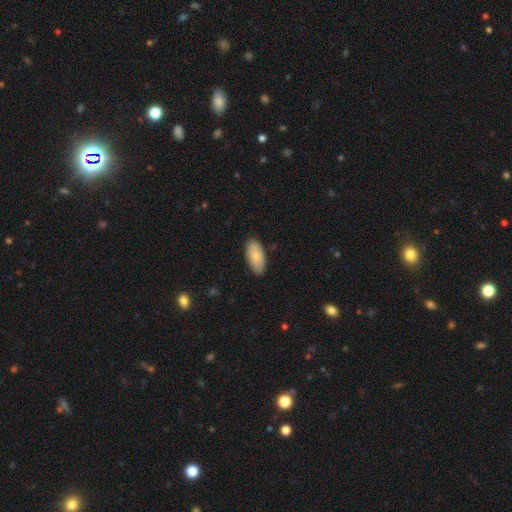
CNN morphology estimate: This appears to be a smooth galaxy with no disk features (82%) that is in between round and cigar-shaped (92%). Merging: none (87%).